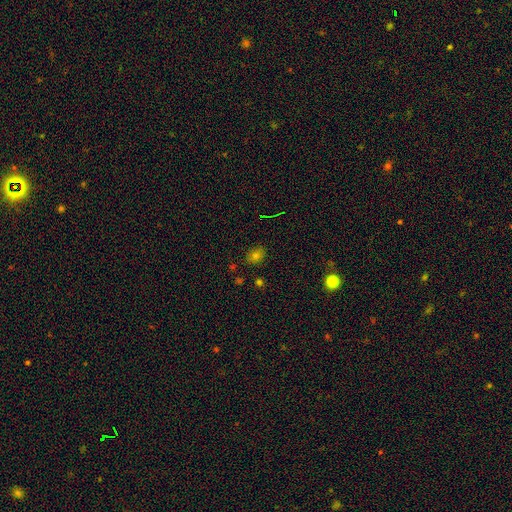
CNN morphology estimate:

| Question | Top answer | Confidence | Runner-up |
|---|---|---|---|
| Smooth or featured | smooth | 73% | star or artifact (19%) |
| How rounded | in between | 62% | round (37%) |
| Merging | none | 81% | minor disturbance (13%) |